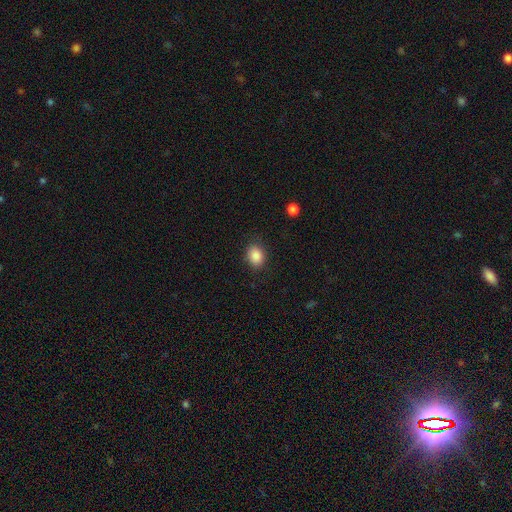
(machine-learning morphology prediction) smooth_or_featured: smooth (p=0.87) [alt: star or artifact p=0.09]
how_rounded: in between (p=0.59) [alt: round p=0.40]
merging: none (p=0.85) [alt: minor disturbance p=0.11]